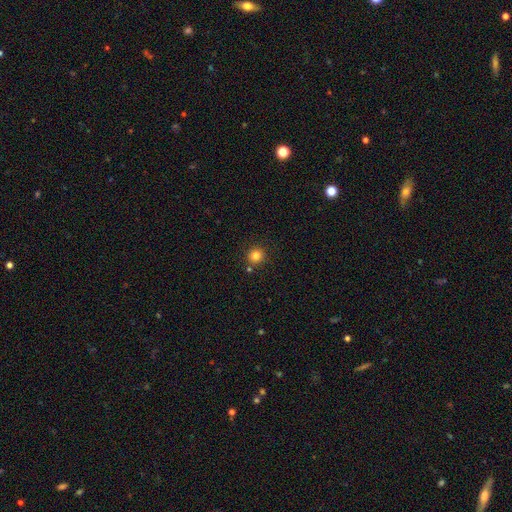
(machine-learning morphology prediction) A smooth galaxy with no disk features (82%) that is round (92%). Merging: none (84%).